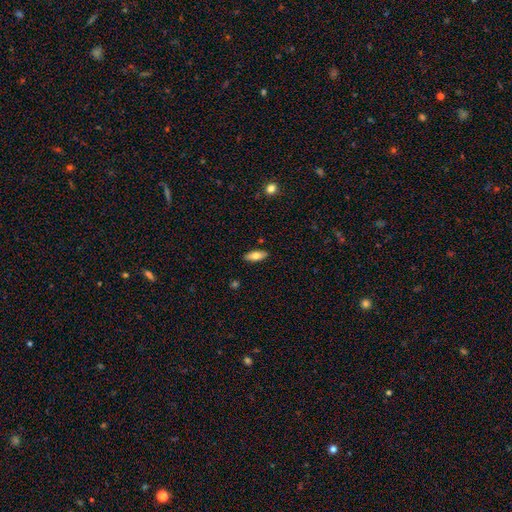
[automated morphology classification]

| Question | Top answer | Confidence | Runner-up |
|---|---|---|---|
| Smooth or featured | smooth | 74% | featured or disk (19%) |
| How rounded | in between | 75% | cigar-shaped (22%) |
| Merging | none | 88% | minor disturbance (9%) |